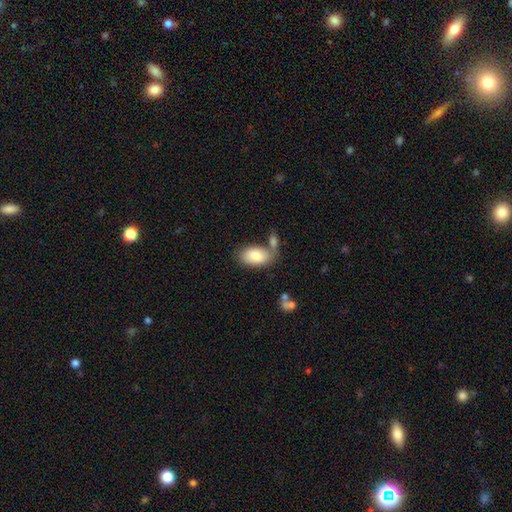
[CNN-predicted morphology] Smooth or featured? Predicted: smooth (p=0.81). How rounded? Predicted: in between (p=0.94). Merging? Predicted: none (p=0.56).